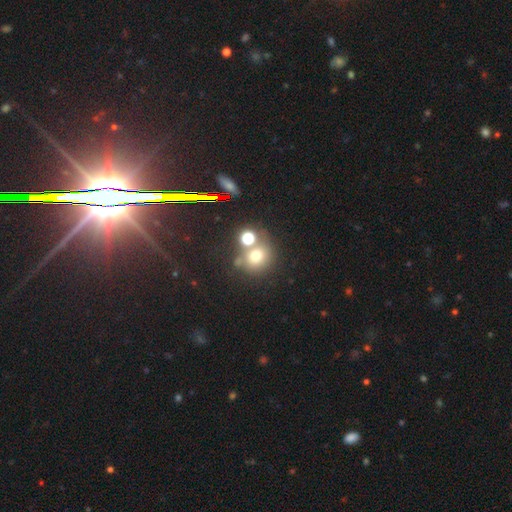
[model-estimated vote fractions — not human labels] The model was most divided on "merging": none: 55%, merger: 30%, minor disturbance: 10%, major disturbance: 5%. More confident: how rounded — round (83%); smooth or featured — smooth (67%).